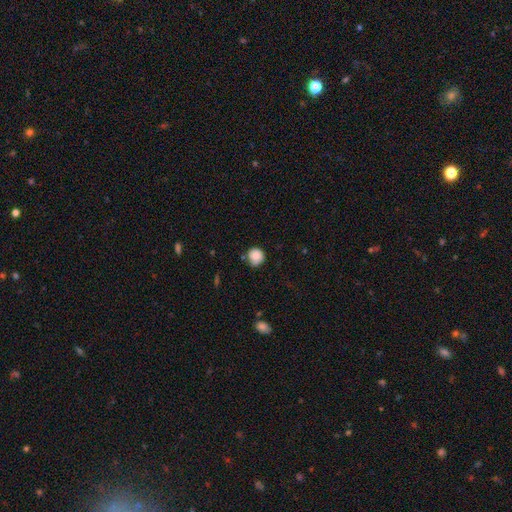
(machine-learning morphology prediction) Q: Smooth or featured?
A: smooth (83%); runner-up: featured or disk (9%)
Q: How rounded?
A: round (89%); runner-up: in between (10%)
Q: Merging?
A: none (67%); runner-up: minor disturbance (23%)